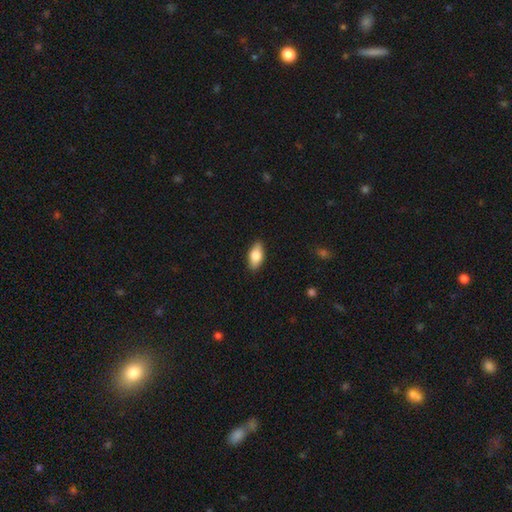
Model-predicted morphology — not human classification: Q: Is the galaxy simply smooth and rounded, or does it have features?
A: smooth — 79%.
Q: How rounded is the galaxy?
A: in between — 89%.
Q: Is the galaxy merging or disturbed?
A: none — 88%.